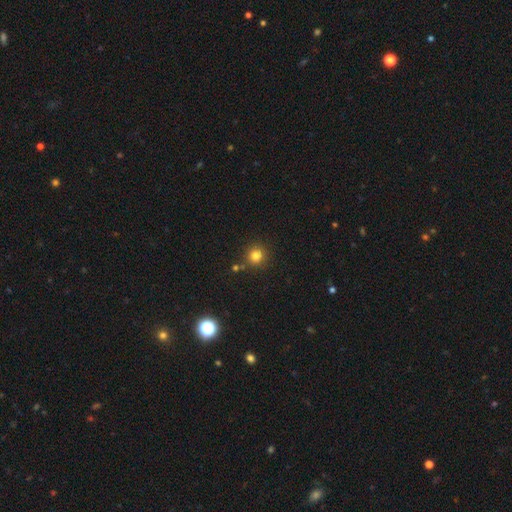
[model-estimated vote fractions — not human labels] This appears to be a smooth galaxy with no disk features (80%) that is round (93%). Merging: none (82%).